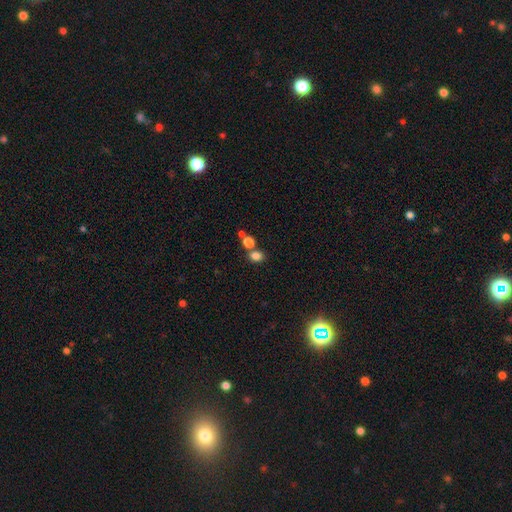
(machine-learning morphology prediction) Q: Smooth or featured?
A: smooth (80%); runner-up: star or artifact (15%)
Q: How rounded?
A: in between (50%); runner-up: round (49%)
Q: Merging?
A: none (61%); runner-up: merger (26%)